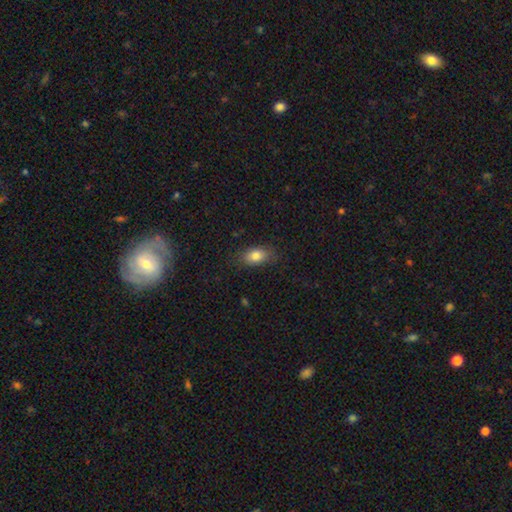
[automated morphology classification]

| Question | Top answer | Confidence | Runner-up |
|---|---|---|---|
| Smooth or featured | smooth | 82% | featured or disk (9%) |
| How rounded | in between | 88% | round (9%) |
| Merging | none | 80% | minor disturbance (15%) |